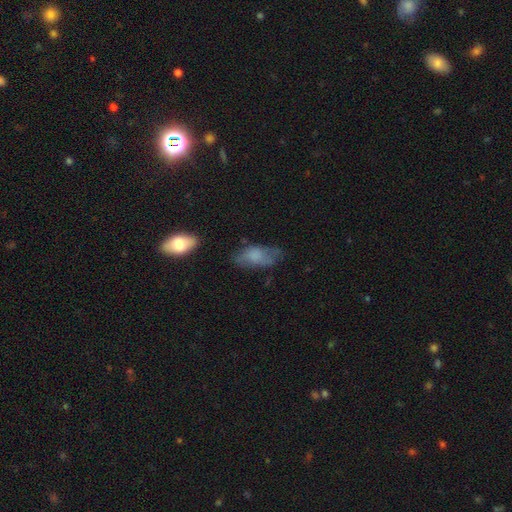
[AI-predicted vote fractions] Overall: smooth (64%; featured or disk 27%). How rounded: in between (88%). Merging: none (48%; minor disturbance 32%).